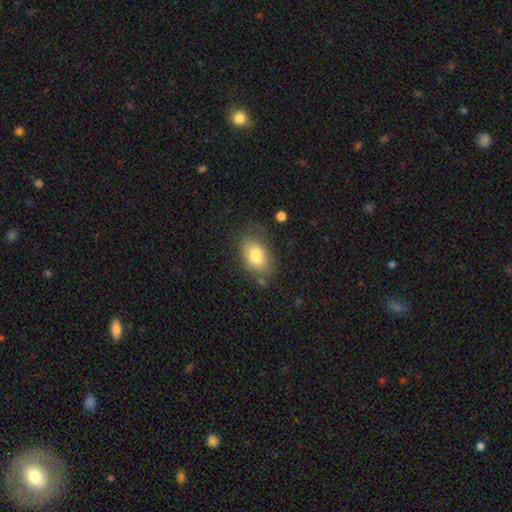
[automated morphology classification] This appears to be a smooth galaxy with no disk features (79%) that is in between round and cigar-shaped (87%). Merging: none (71%).